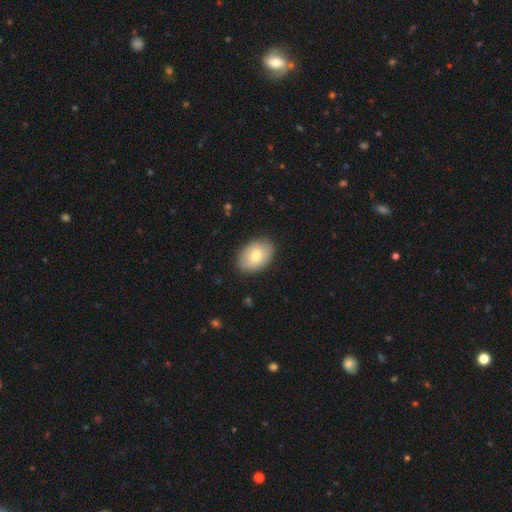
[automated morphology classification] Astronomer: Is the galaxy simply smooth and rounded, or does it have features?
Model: smooth — 76%.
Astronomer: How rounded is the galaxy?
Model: in between — 86%.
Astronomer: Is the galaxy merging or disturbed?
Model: none — 87%.